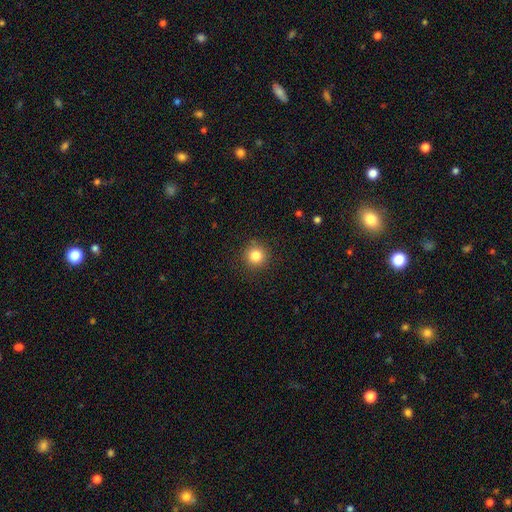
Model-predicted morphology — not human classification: type=smooth (83%); roundness=round (95%); merging=none (90%).